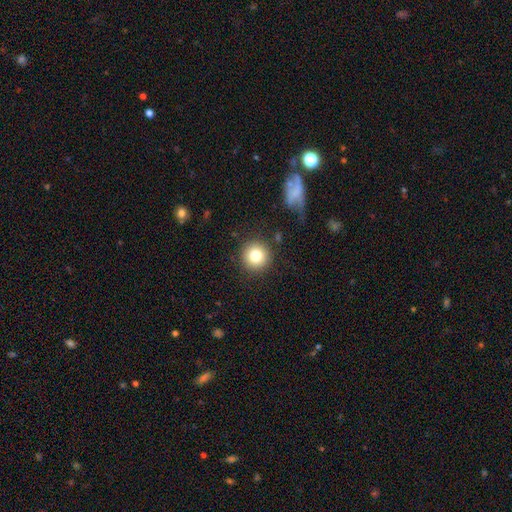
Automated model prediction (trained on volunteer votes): Smooth or featured? smooth (80%)
How rounded? round (95%)
Merging? none (87%)